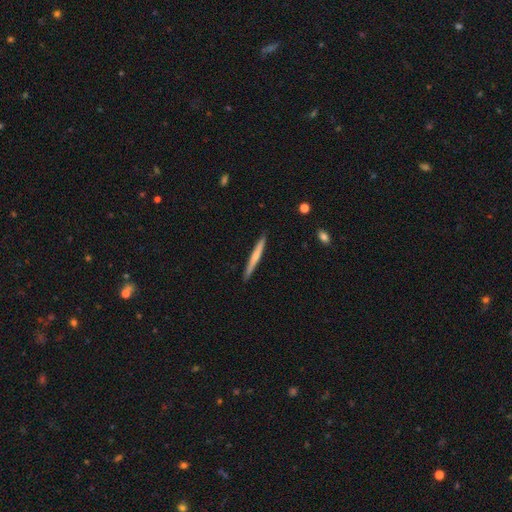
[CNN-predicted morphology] Smooth or featured?
  - smooth: 59% *
  - featured or disk: 36%
  - star or artifact: 5%
How rounded?
  - cigar-shaped: 96% *
  - in between: 2%
  - round: 1%
Merging?
  - none: 90% *
  - minor disturbance: 7%
  - major disturbance: 1%
  - merger: 1%